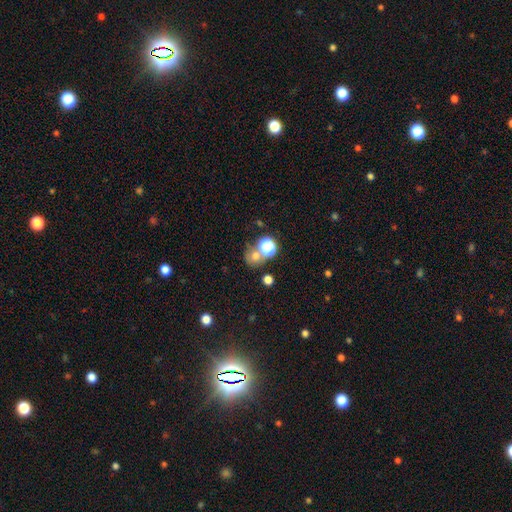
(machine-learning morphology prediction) Smooth or featured?
  - smooth: 61% *
  - star or artifact: 26%
  - featured or disk: 14%
How rounded?
  - round: 77% *
  - in between: 22%
  - cigar-shaped: 1%
Merging?
  - none: 48% *
  - merger: 34%
  - minor disturbance: 11%
  - major disturbance: 8%